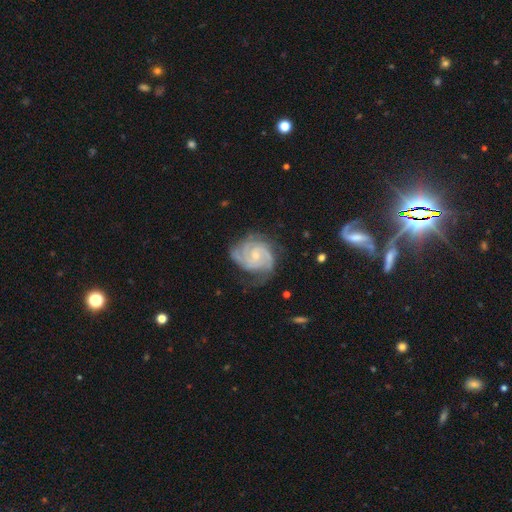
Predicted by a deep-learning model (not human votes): Overall: featured or disk (89%). Edge-on disk: no (98%). Bar: no (68%). Spiral arms: yes (98%). Spiral arm count: 3 (36%; 2 27%). Spiral winding: tight (64%; medium 31%). Bulge size: small (66%; moderate 31%). Merging: none (65%).